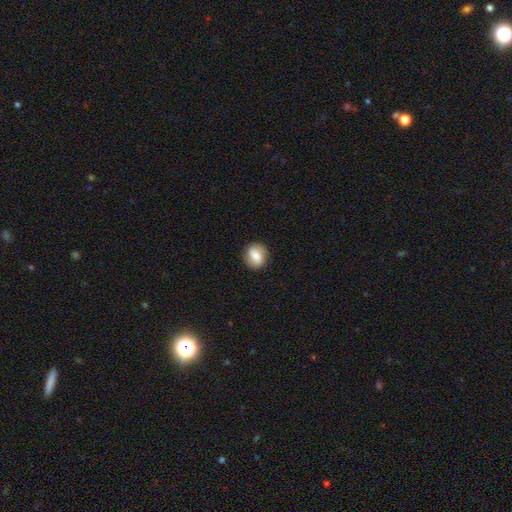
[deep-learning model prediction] Smooth or featured: smooth — 71% (featured or disk — 21%)
How rounded: round — 63% (in between — 36%)
Merging: none — 84% (minor disturbance — 12%)